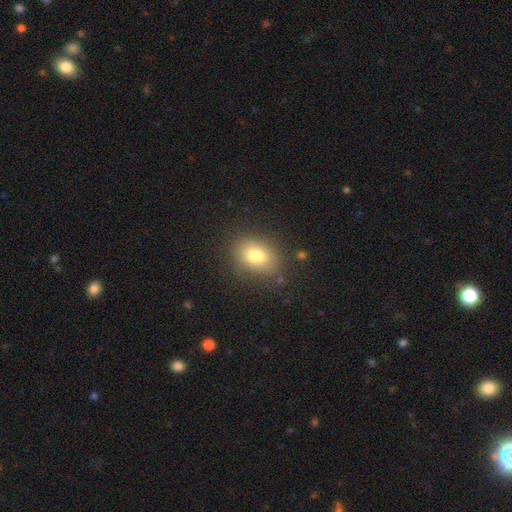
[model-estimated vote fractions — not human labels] Smooth or featured? smooth (79%)
How rounded? in between (60%)
Merging? none (82%)